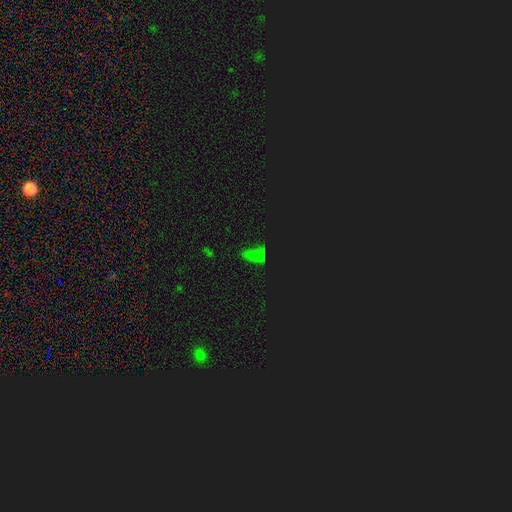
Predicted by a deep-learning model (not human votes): smooth_or_featured: star or artifact (p=0.48) [alt: smooth p=0.41]